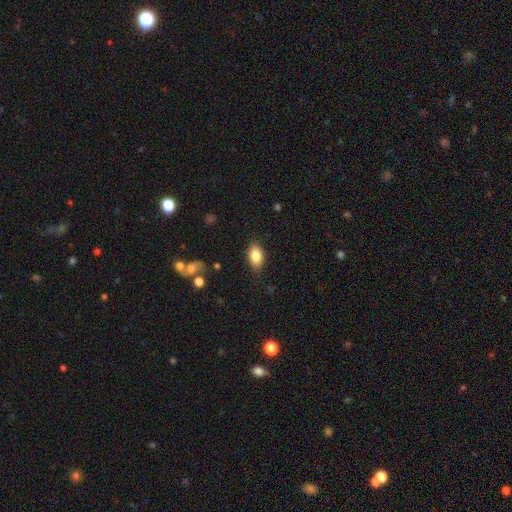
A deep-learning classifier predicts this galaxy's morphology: Q: Smooth or featured?
A: smooth (82%); runner-up: featured or disk (10%)
Q: How rounded?
A: in between (89%); runner-up: round (9%)
Q: Merging?
A: none (83%); runner-up: minor disturbance (13%)